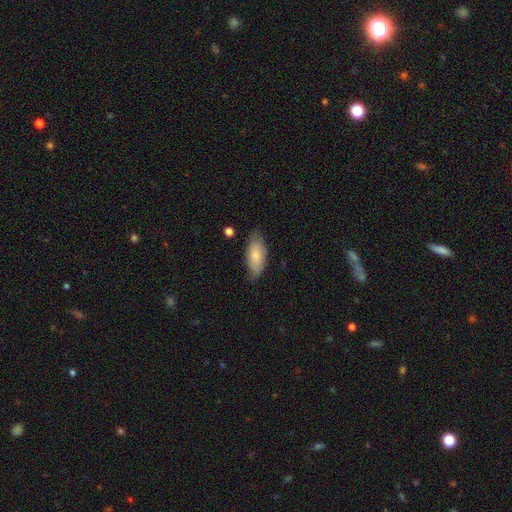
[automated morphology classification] Q: Smooth or featured?
A: smooth (76%); runner-up: featured or disk (18%)
Q: How rounded?
A: in between (87%); runner-up: cigar-shaped (11%)
Q: Merging?
A: none (68%); runner-up: minor disturbance (25%)